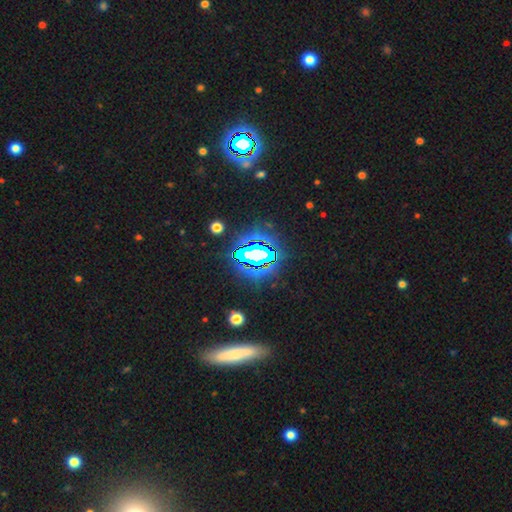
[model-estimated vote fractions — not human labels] Morphology: type=star or artifact (71%).